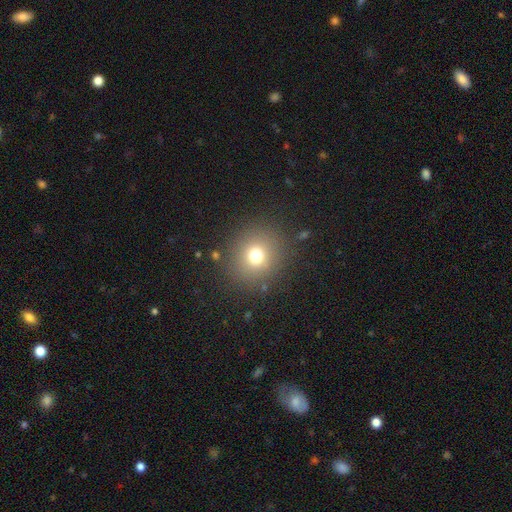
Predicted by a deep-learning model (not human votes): Smooth or featured: smooth — 72% (star or artifact — 17%)
How rounded: round — 88% (in between — 11%)
Merging: none — 86% (minor disturbance — 8%)